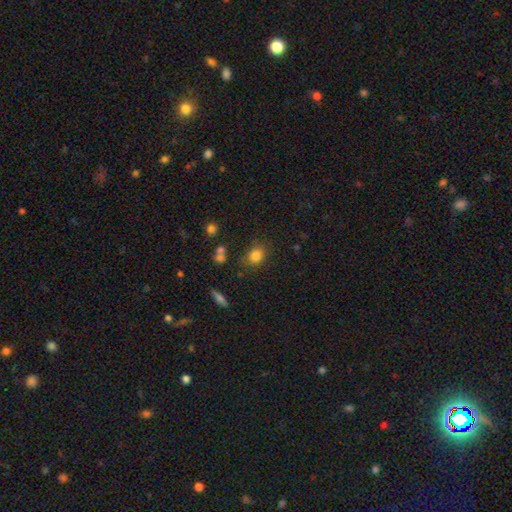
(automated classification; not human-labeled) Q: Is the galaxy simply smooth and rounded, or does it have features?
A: smooth — 81%.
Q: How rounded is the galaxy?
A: round — 55%.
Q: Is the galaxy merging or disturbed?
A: none — 75%.